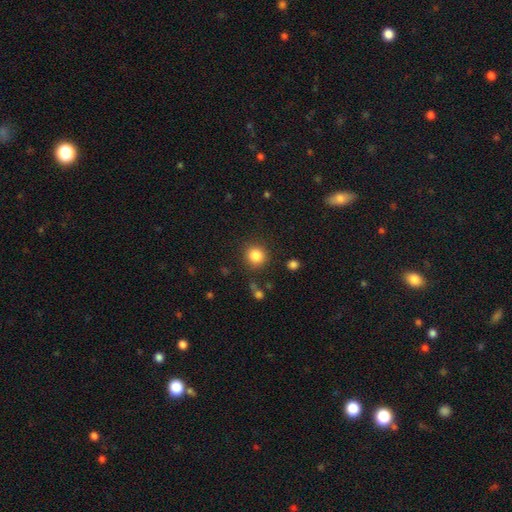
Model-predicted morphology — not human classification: This appears to be a smooth galaxy with no disk features (84%) that is round (90%). Merging: none (85%).